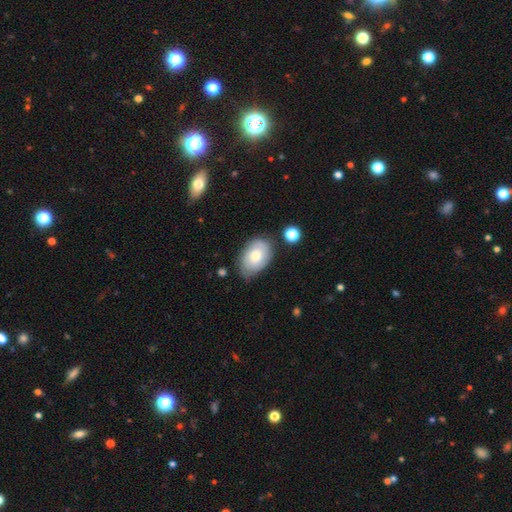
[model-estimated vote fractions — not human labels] Smooth or featured?
  - smooth: 56% *
  - featured or disk: 37%
  - star or artifact: 7%
How rounded?
  - in between: 84% *
  - round: 14%
  - cigar-shaped: 1%
Merging?
  - none: 65% *
  - minor disturbance: 25%
  - major disturbance: 6%
  - merger: 3%